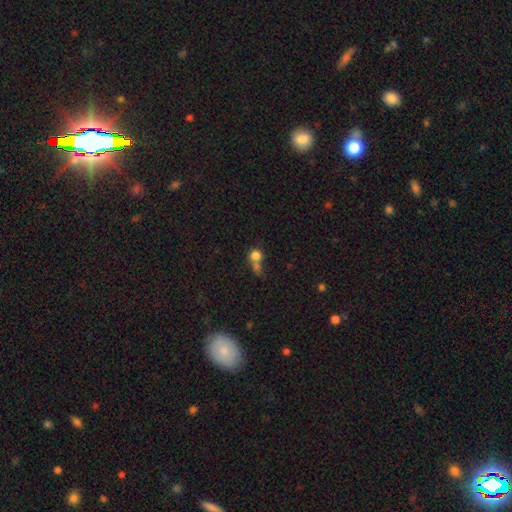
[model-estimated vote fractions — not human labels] Smooth or featured?
  - smooth: 77% *
  - star or artifact: 12%
  - featured or disk: 11%
How rounded?
  - round: 82% *
  - in between: 17%
  - cigar-shaped: 2%
Merging?
  - merger: 52% *
  - none: 31%
  - minor disturbance: 9%
  - major disturbance: 8%